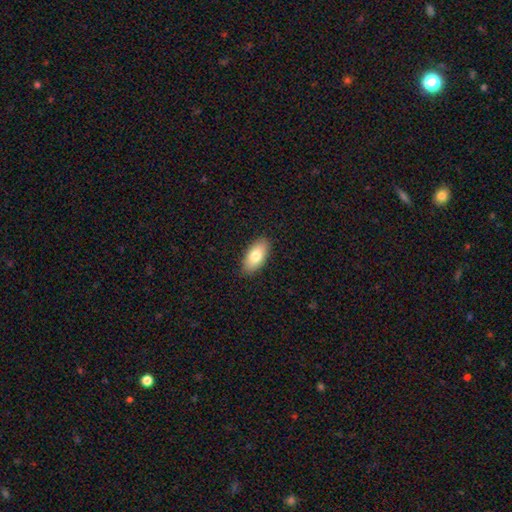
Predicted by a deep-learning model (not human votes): A smooth galaxy with no disk features (79%) that is in between round and cigar-shaped (92%). Merging: none (89%).